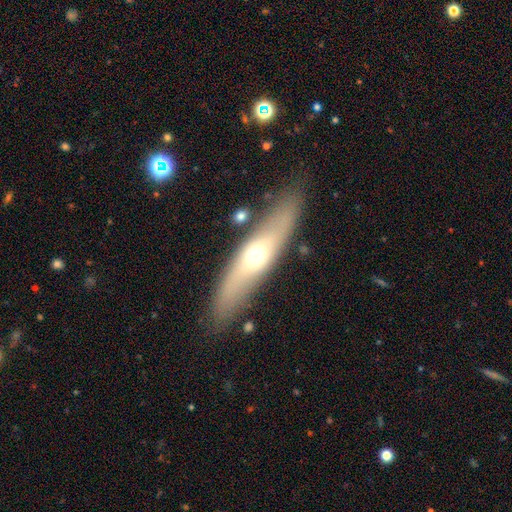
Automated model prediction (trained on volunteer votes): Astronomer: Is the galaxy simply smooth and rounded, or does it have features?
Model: smooth — 48% (runner-up: featured or disk, 46%).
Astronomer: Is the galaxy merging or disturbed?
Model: none — 83%.